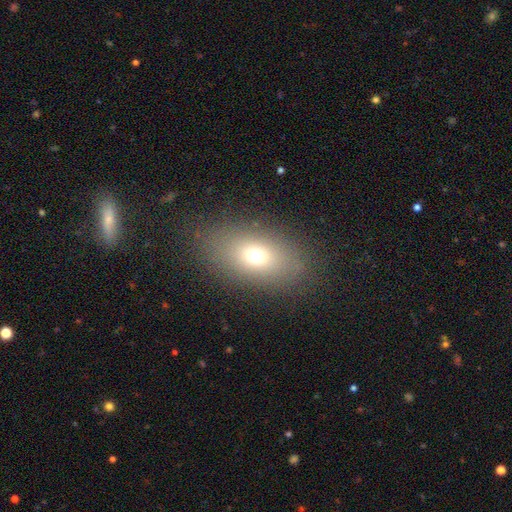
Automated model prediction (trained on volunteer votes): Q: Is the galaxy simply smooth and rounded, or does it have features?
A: smooth — 68%.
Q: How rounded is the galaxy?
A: in between — 82%.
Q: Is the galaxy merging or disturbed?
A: none — 83%.